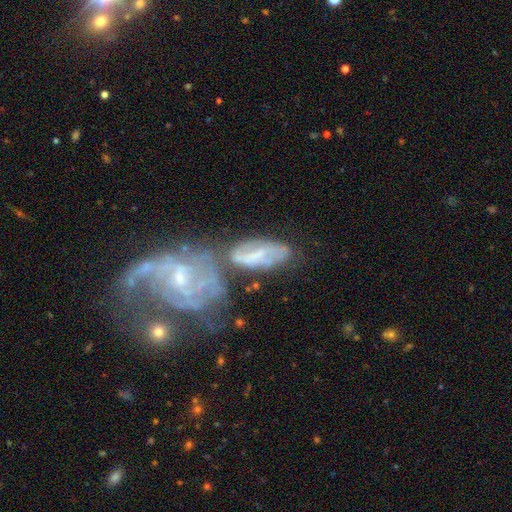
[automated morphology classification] Smooth or featured?
  - featured or disk: 65% *
  - smooth: 27%
  - star or artifact: 8%
Edge-on disk?
  - no: 92% *
  - yes: 8%
Bar?
  - weak: 43% *
  - no: 34%
  - strong: 23%
Spiral arms?
  - yes: 78% *
  - no: 22%
Bulge size?
  - small: 46% *
  - none: 28%
  - moderate: 22%
  - large: 3%
  - dominant: 1%
Merging?
  - merger: 38% *
  - none: 33%
  - minor disturbance: 17%
  - major disturbance: 11%